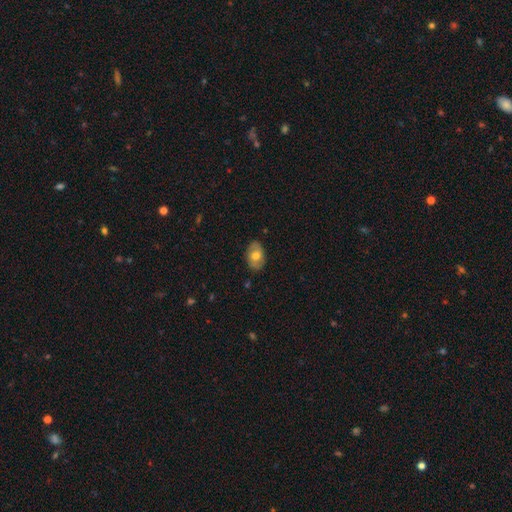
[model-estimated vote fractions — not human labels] Smooth or featured: smooth — 65% (featured or disk — 28%)
How rounded: in between — 87% (round — 12%)
Merging: none — 84% (minor disturbance — 13%)